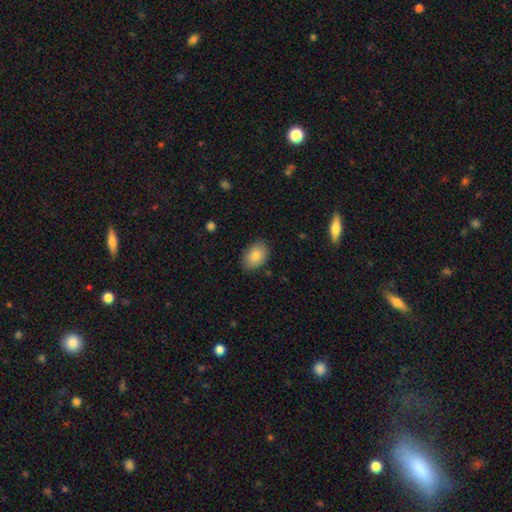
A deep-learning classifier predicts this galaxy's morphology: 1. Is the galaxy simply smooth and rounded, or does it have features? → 84% smooth, 8% featured or disk, 7% star or artifact.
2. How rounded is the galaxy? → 82% in between, 17% round, 1% cigar-shaped.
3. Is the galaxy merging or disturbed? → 84% none, 13% minor disturbance, 3% major disturbance, 1% merger.